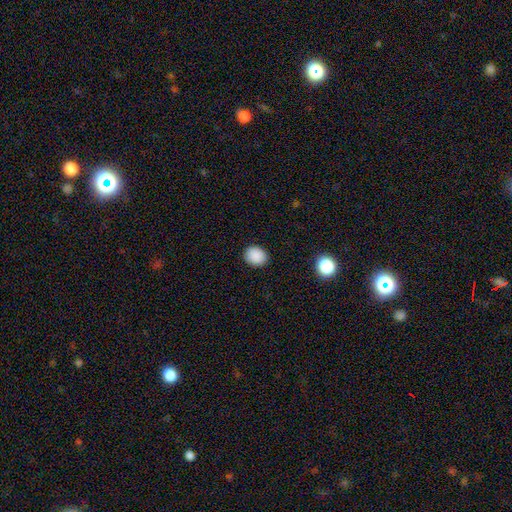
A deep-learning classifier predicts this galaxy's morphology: smooth 89%, star or artifact 9%, featured or disk 3%. Down the decision tree: how rounded — round (65%); merging — none (90%).